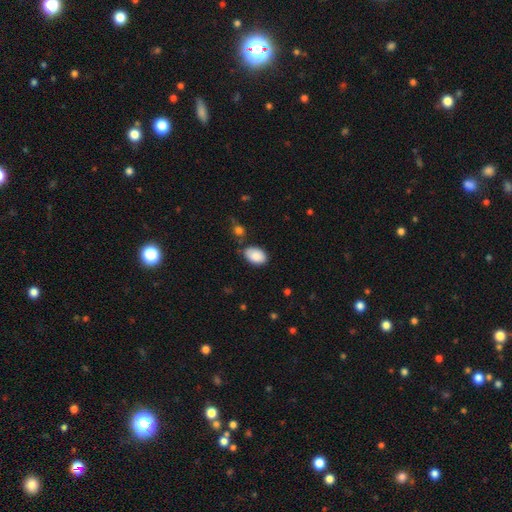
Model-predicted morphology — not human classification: smooth 87%, star or artifact 7%, featured or disk 6%. Down the decision tree: how rounded — in between (91%); merging — none (71%).